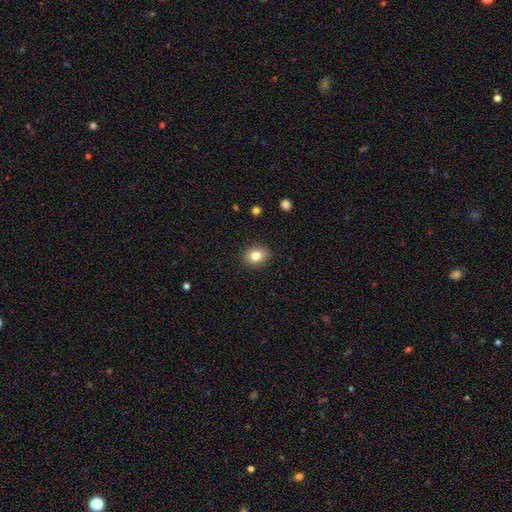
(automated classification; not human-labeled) Smooth or featured?
  - smooth: 82% *
  - star or artifact: 10%
  - featured or disk: 8%
How rounded?
  - round: 50% *
  - in between: 49%
  - cigar-shaped: 1%
Merging?
  - none: 90% *
  - minor disturbance: 7%
  - major disturbance: 2%
  - merger: 1%